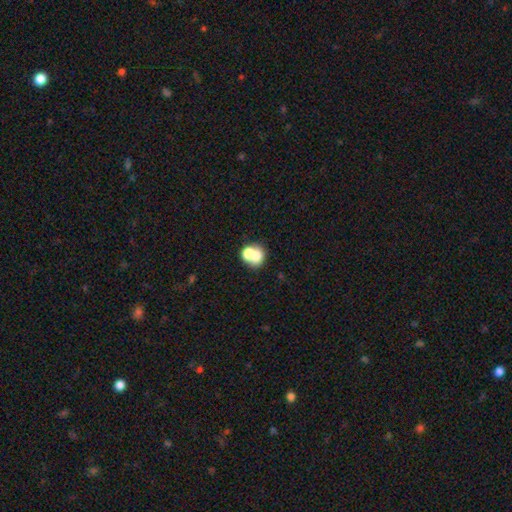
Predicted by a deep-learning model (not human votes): Smooth or featured? smooth (70%)
How rounded? round (66%)
Merging? merger (56%)